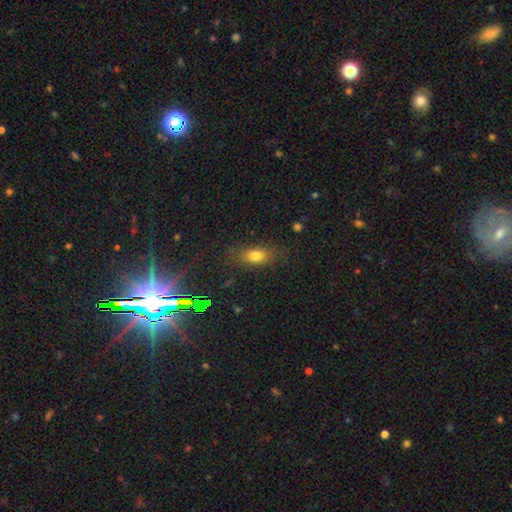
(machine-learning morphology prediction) Smooth or featured? smooth (75%)
How rounded? in between (78%)
Merging? none (77%)